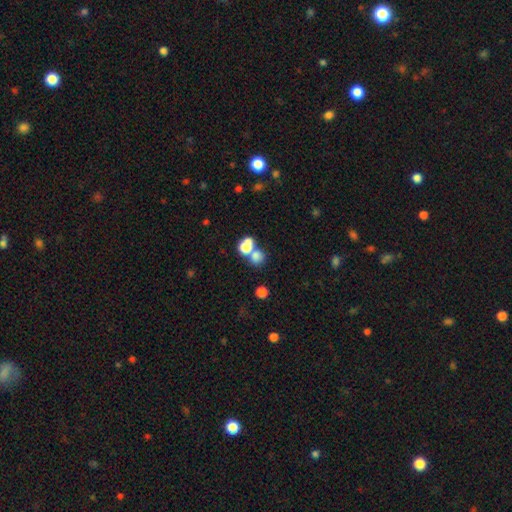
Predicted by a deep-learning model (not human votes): Q: Smooth or featured?
A: smooth (74%); runner-up: star or artifact (16%)
Q: How rounded?
A: round (74%); runner-up: in between (24%)
Q: Merging?
A: merger (44%); runner-up: none (43%)